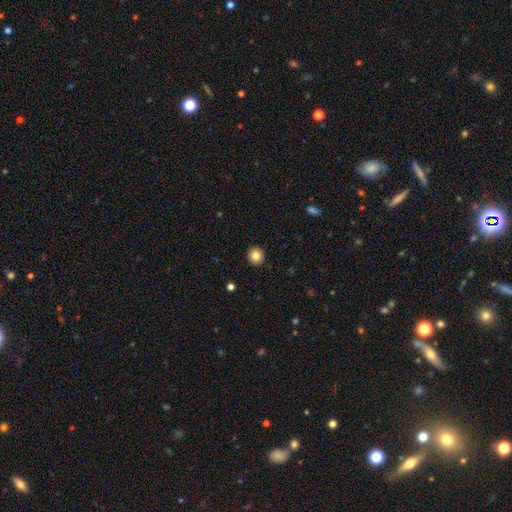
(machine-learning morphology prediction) This appears to be a smooth galaxy with no disk features (83%) that is round (91%). Merging: none (93%).